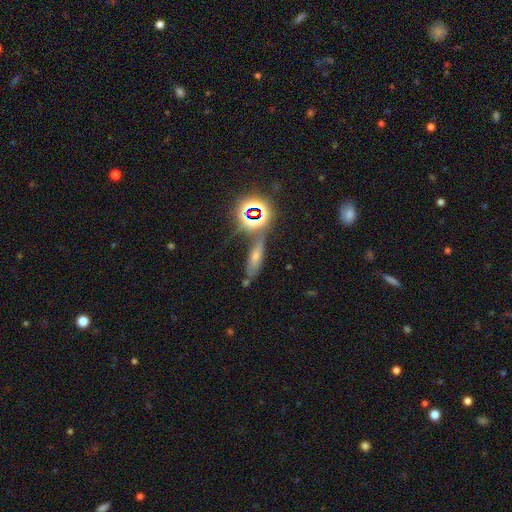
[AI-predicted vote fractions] A star or artifact, not a galaxy (43%).